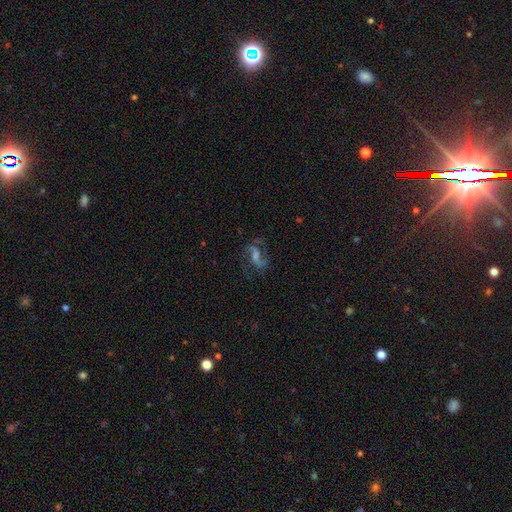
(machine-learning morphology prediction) Smooth or featured: featured or disk — 80% (star or artifact — 11%)
Edge-on disk: no — 96% (yes — 4%)
Bar: weak — 48% (strong — 27%)
Spiral arms: yes — 95% (no — 5%)
Spiral winding: loose — 52% (medium — 39%)
Spiral arm count: 2 — 88% (can't tell — 4%)
Bulge size: small — 39% (moderate — 35%)
Merging: none — 70% (minor disturbance — 14%)